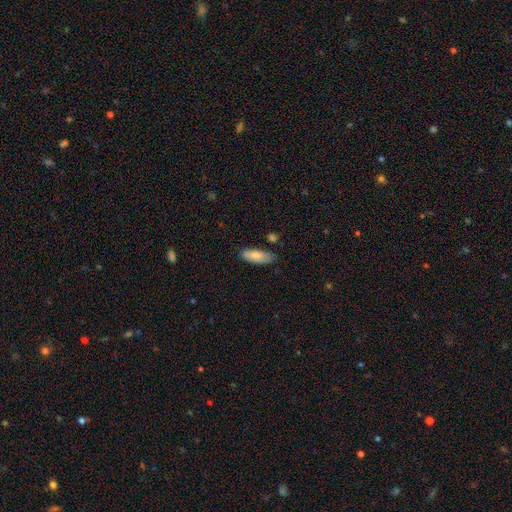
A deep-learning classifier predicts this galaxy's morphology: smooth_or_featured: smooth (p=0.82) [alt: featured or disk p=0.12]
how_rounded: in between (p=0.66) [alt: cigar-shaped p=0.32]
merging: none (p=0.76) [alt: minor disturbance p=0.18]